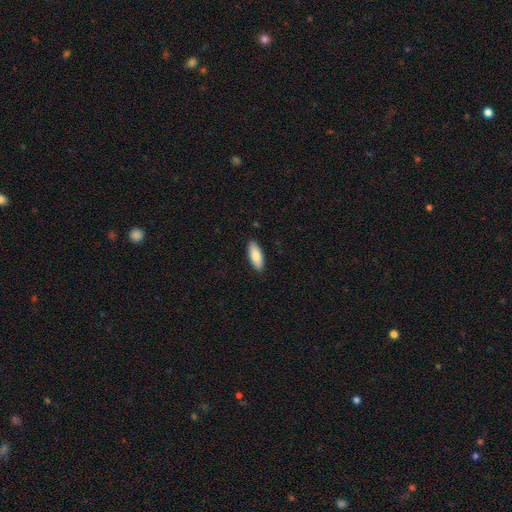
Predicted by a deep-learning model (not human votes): Overall: smooth (84%). How rounded: in between (75%). Merging: none (89%).